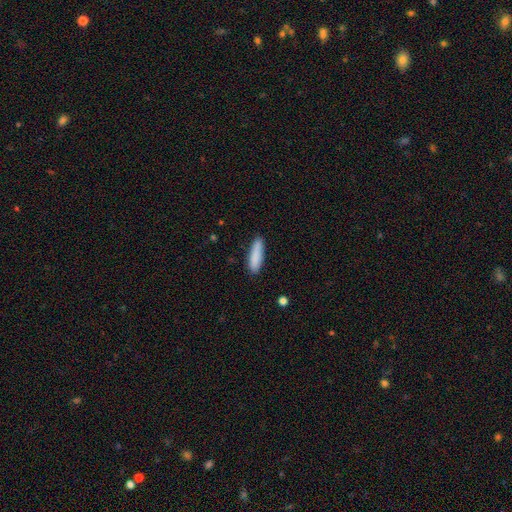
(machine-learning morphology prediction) This is clearly a smooth galaxy (87%). How rounded: likely cigar-shaped (70%). Merging: clearly none (85%).